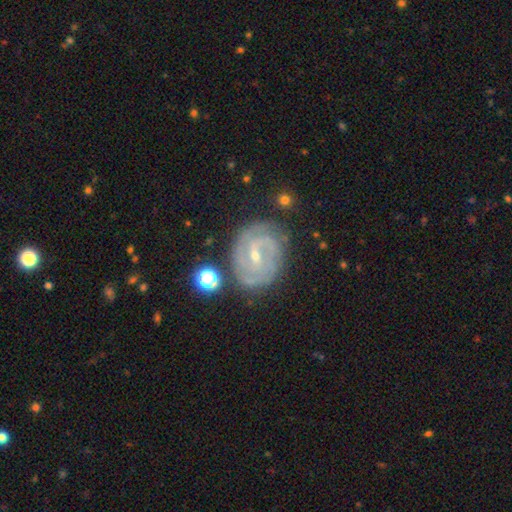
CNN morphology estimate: Overall: featured or disk (87%). Edge-on disk: no (97%). Bar: weak (51%; no 27%). Spiral arms: yes (97%). Spiral arm count: 2 (45%; 3 22%). Spiral winding: tight (65%; medium 30%). Bulge size: small (69%). Merging: none (77%).